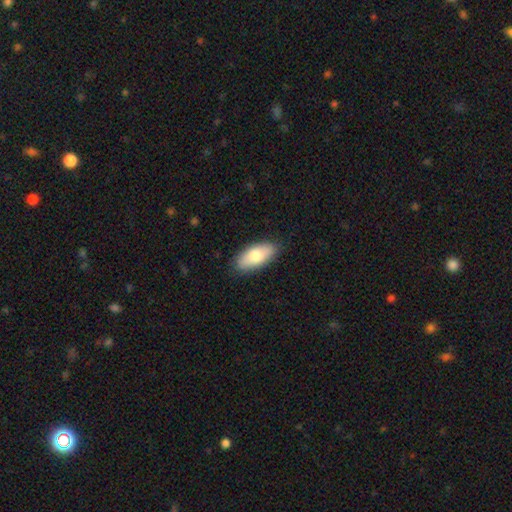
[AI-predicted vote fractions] Smooth or featured? smooth (77%)
How rounded? in between (86%)
Merging? none (86%)